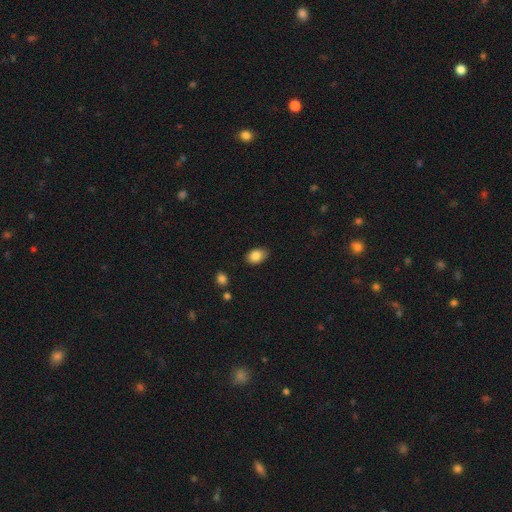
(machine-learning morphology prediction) smooth-or-featured: smooth: 85% | star or artifact: 8% | featured or disk: 7%
  how-rounded: in between: 85% | round: 14% | cigar-shaped: 1%
  merging: none: 82% | minor disturbance: 14% | major disturbance: 3% | merger: 1%